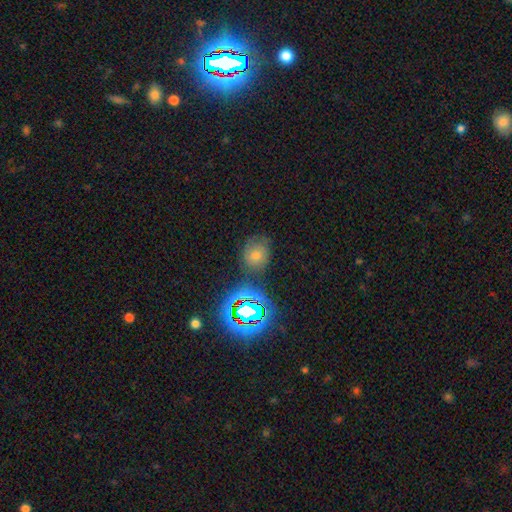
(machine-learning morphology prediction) Smooth or featured? Predicted: smooth (p=0.47). Merging? Predicted: none (p=0.72).